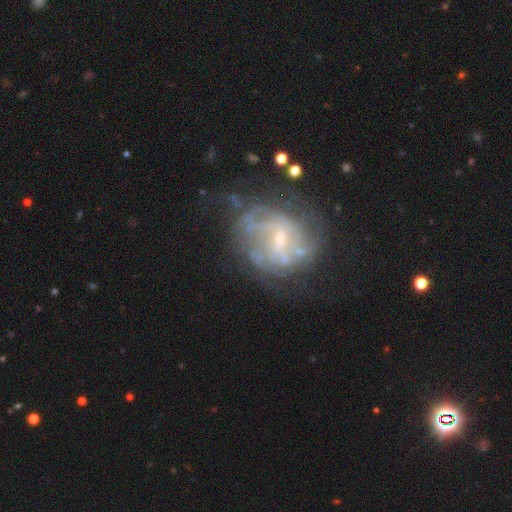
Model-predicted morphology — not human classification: featured or disk 74%, smooth 16%, star or artifact 10%. Down the decision tree: edge-on disk — no (97%); bar — weak (53%); spiral arms — yes (64%); bulge size — small (53%); merging — none (50%).